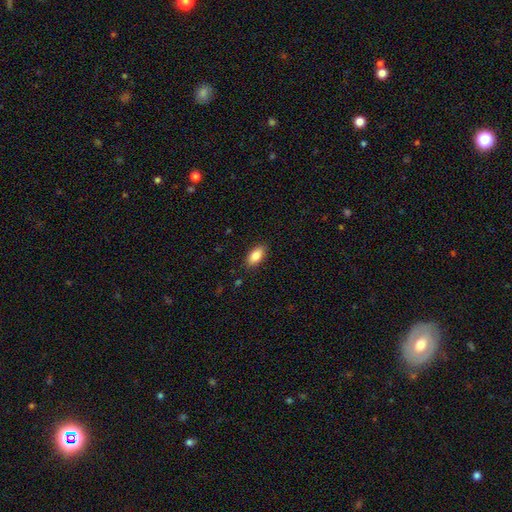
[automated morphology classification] Smooth or featured?
  - smooth: 83% *
  - featured or disk: 9%
  - star or artifact: 7%
How rounded?
  - in between: 90% *
  - cigar-shaped: 6%
  - round: 4%
Merging?
  - none: 87% *
  - minor disturbance: 10%
  - major disturbance: 2%
  - merger: 1%